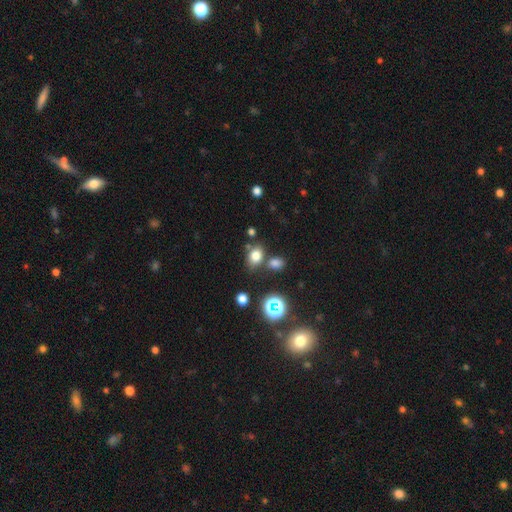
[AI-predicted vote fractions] This is likely a smooth galaxy (75%). How rounded: likely in between (66%). Merging: likely none (66%).